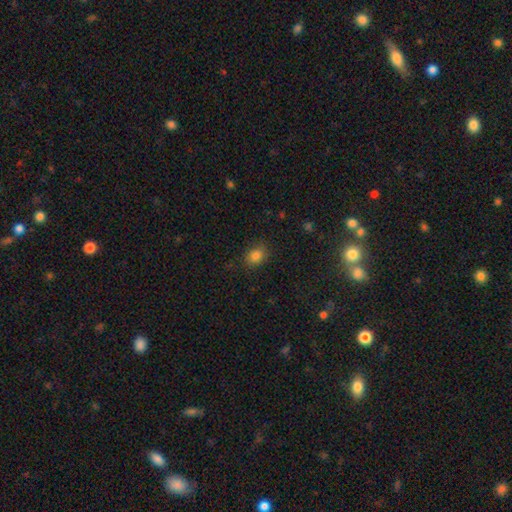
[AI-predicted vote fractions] A smooth galaxy with no disk features (83%) that is in between round and cigar-shaped (58%).

Vote fractions:
- Smooth or featured? smooth: 83% / star or artifact: 12% / featured or disk: 5%
- How rounded? in between: 58% / round: 41% / cigar-shaped: 1%
- Merging? none: 84% / minor disturbance: 12% / major disturbance: 3% / merger: 1%